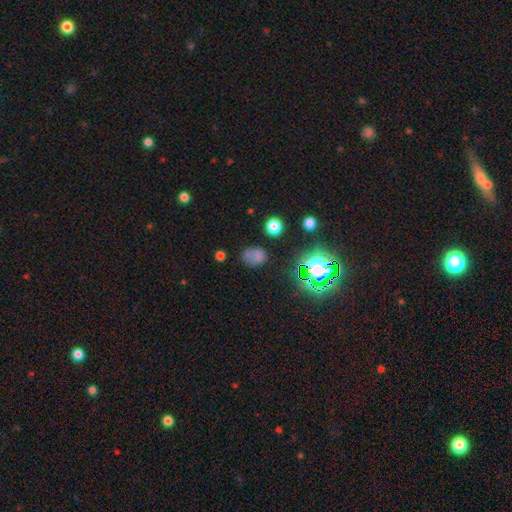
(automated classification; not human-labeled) Morphology: type=smooth (61%); roundness=in between (56%); merging=none (53%).